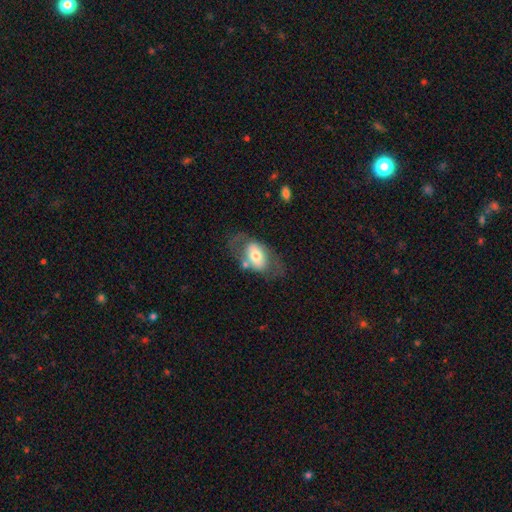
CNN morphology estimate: The model was most divided on "smooth or featured": featured or disk: 47%, smooth: 46%, star or artifact: 7%. More confident: merging — none (58%).